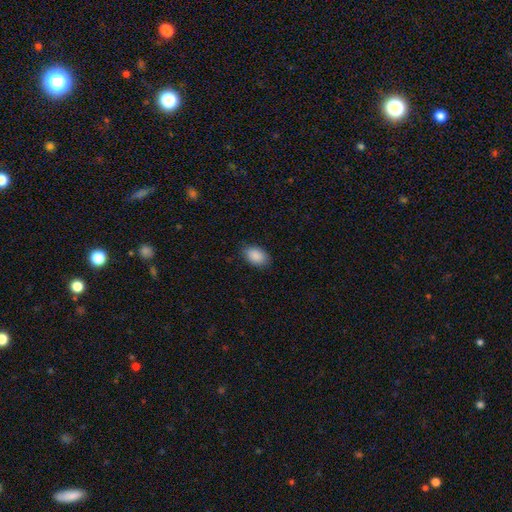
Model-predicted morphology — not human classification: A smooth galaxy with no disk features (89%) that is in between round and cigar-shaped (87%). Merging: none (80%).